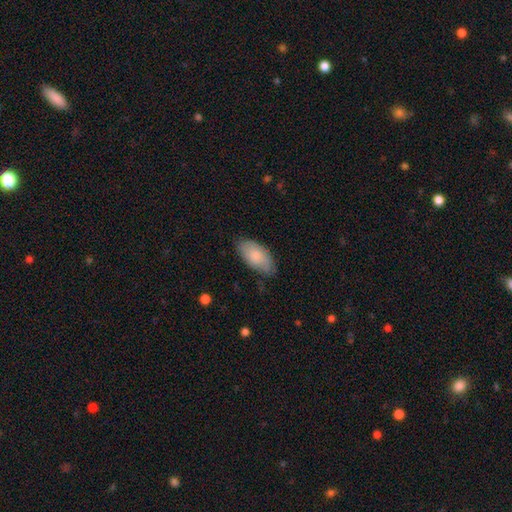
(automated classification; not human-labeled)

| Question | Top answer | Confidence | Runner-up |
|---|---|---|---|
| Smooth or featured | smooth | 77% | featured or disk (17%) |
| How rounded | in between | 94% | cigar-shaped (3%) |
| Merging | none | 73% | minor disturbance (22%) |